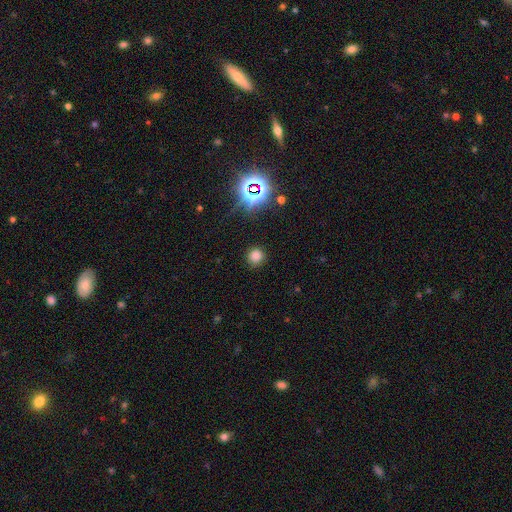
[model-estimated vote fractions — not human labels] Q: Smooth or featured?
A: smooth (73%); runner-up: star or artifact (22%)
Q: How rounded?
A: round (92%); runner-up: in between (7%)
Q: Merging?
A: none (88%); runner-up: minor disturbance (8%)